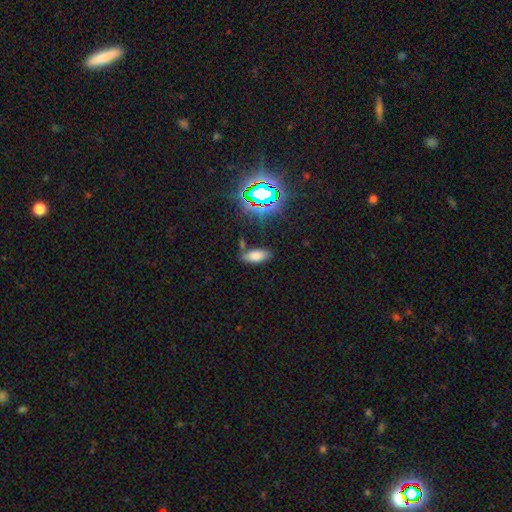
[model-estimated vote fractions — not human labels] smooth_or_featured: smooth (p=0.72) [alt: star or artifact p=0.20]
how_rounded: in between (p=0.85) [alt: cigar-shaped p=0.12]
merging: none (p=0.76) [alt: minor disturbance p=0.14]